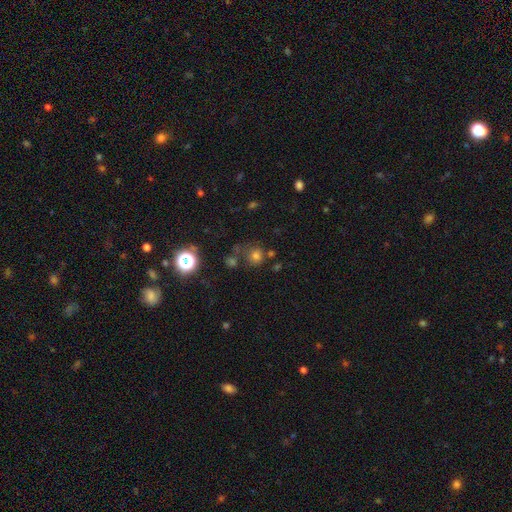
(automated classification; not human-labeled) Morphology: type=smooth (67%); roundness=round (88%); merging=none (68%).